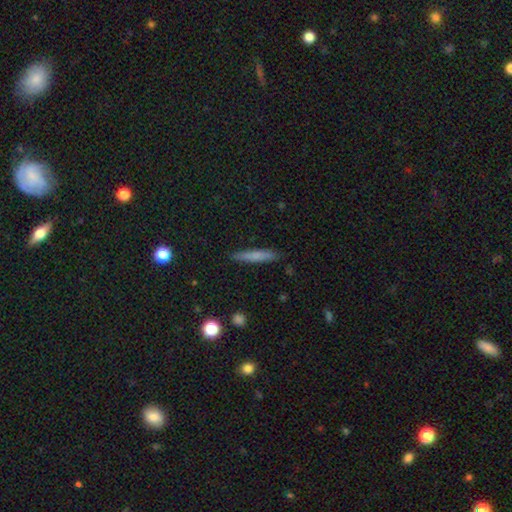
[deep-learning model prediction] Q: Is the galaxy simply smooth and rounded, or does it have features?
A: smooth — 72%.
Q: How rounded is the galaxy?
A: cigar-shaped — 92%.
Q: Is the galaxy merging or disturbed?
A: none — 88%.